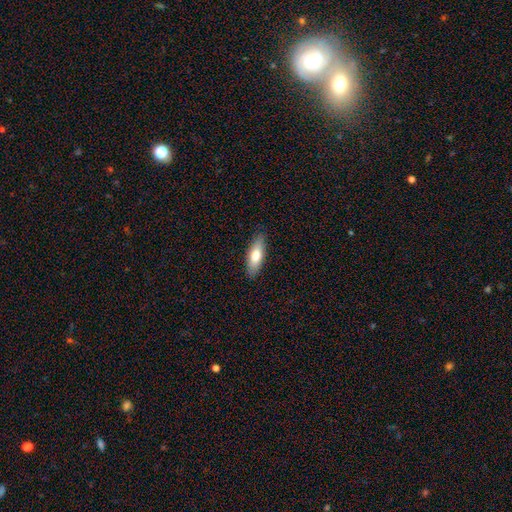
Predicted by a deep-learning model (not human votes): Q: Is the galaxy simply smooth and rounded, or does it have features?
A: smooth — 72%.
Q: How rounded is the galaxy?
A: in between — 61%.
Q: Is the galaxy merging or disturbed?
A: none — 87%.